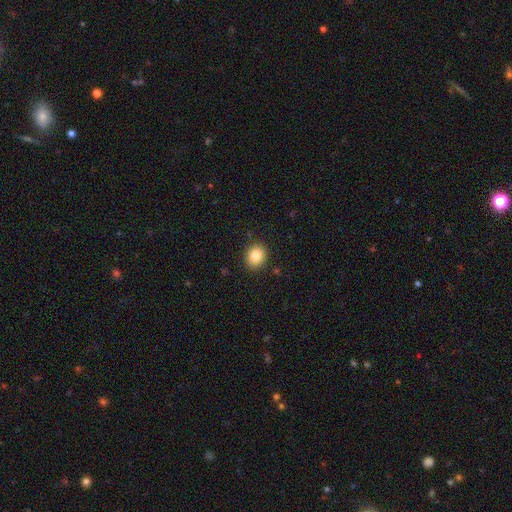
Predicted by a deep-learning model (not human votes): Morphology: type=smooth (84%); roundness=round (65%); merging=none (89%).